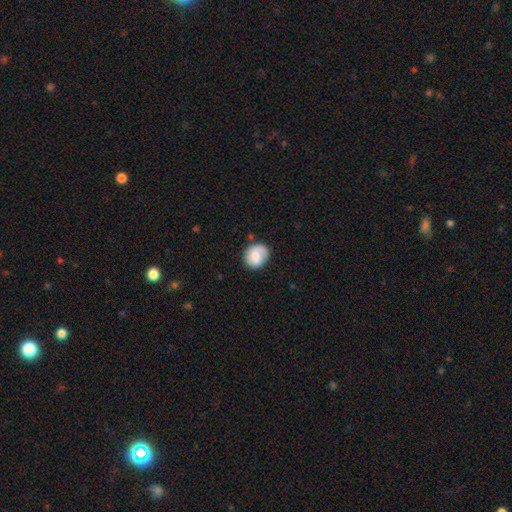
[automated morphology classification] The model was most divided on "smooth or featured": smooth: 69%, featured or disk: 24%, star or artifact: 7%. More confident: how rounded — round (74%); merging — none (68%).